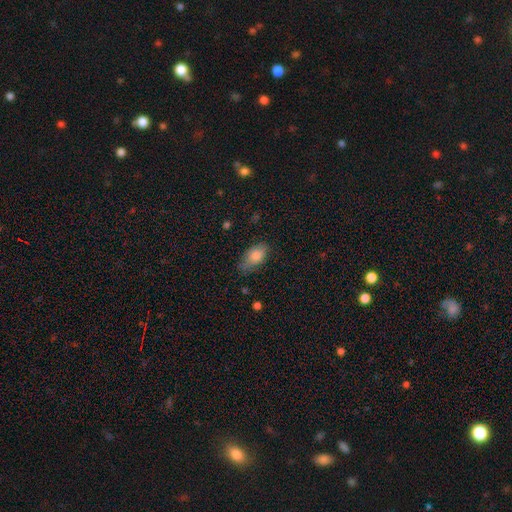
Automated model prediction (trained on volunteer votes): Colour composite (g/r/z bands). It shows a smooth galaxy with no disk features (82%) that is in between round and cigar-shaped (90%). Merging: none (65%).